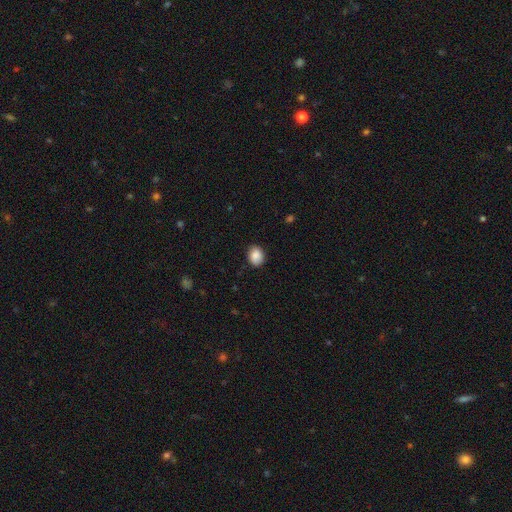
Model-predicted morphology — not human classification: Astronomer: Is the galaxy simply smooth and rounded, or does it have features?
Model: smooth — 87%.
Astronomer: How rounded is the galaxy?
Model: in between — 56% (runner-up: round, 43%).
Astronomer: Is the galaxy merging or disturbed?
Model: none — 84%.